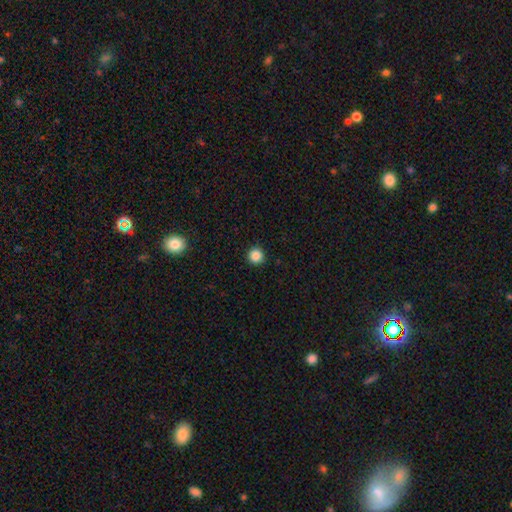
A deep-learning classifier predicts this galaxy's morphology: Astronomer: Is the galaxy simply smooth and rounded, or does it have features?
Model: smooth — 86%.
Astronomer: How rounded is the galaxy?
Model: round — 96%.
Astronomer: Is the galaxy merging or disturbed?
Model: none — 93%.